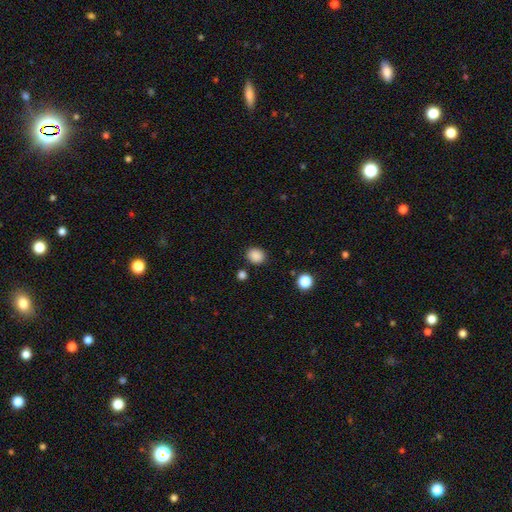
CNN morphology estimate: Smooth or featured?
  - smooth: 87% *
  - star or artifact: 10%
  - featured or disk: 3%
How rounded?
  - round: 70% *
  - in between: 29%
  - cigar-shaped: 1%
Merging?
  - none: 86% *
  - minor disturbance: 9%
  - merger: 3%
  - major disturbance: 3%